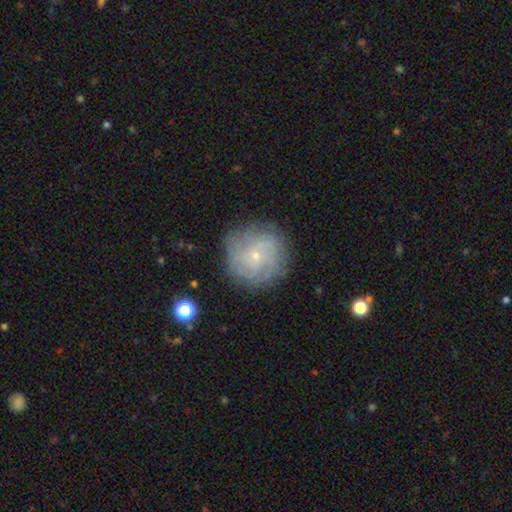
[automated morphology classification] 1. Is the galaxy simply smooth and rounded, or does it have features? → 68% featured or disk, 23% smooth, 9% star or artifact.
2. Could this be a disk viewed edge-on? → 97% no, 3% yes.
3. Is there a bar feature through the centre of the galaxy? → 74% no, 22% weak, 4% strong.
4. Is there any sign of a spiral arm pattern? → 87% yes, 13% no.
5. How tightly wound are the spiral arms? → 61% tight, 29% medium, 9% loose.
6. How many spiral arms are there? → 42% can't tell, 17% 3, 16% 2, 12% 4, 6% more than 4, 6% 1.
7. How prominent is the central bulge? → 84% small, 12% moderate, 2% none, 1% large, 1% dominant.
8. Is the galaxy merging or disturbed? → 80% none, 14% minor disturbance, 5% major disturbance, 1% merger.